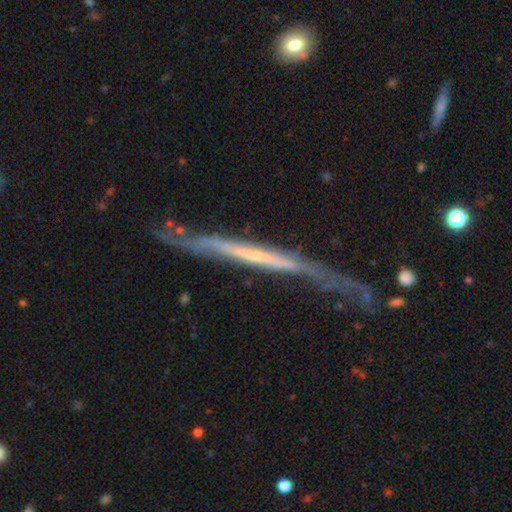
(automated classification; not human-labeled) smooth_or_featured: featured or disk (p=0.76) [alt: smooth p=0.18]
disk_edge_on: yes (p=0.88) [alt: no p=0.12]
edge_on_bulge: none (p=0.77) [alt: rounded p=0.15]
merging: none (p=0.50) [alt: minor disturbance p=0.28]